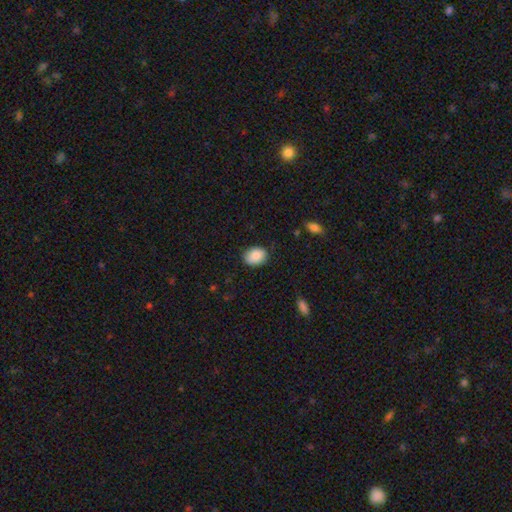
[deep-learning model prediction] smooth_or_featured: smooth (p=0.88) [alt: star or artifact p=0.07]
how_rounded: in between (p=0.67) [alt: round p=0.32]
merging: none (p=0.81) [alt: minor disturbance p=0.15]